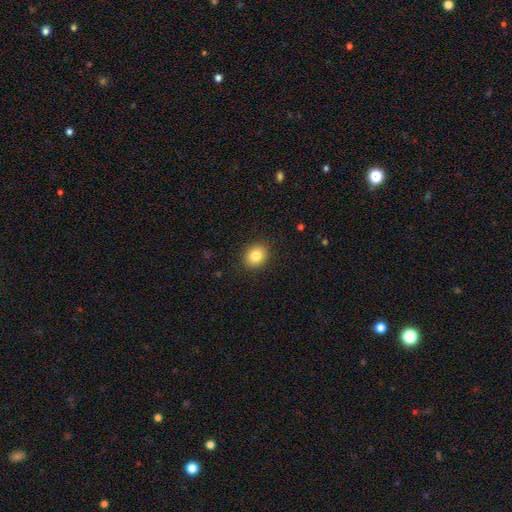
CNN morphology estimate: This is clearly a smooth galaxy (83%). How rounded: likely round (65%). Merging: clearly none (90%).